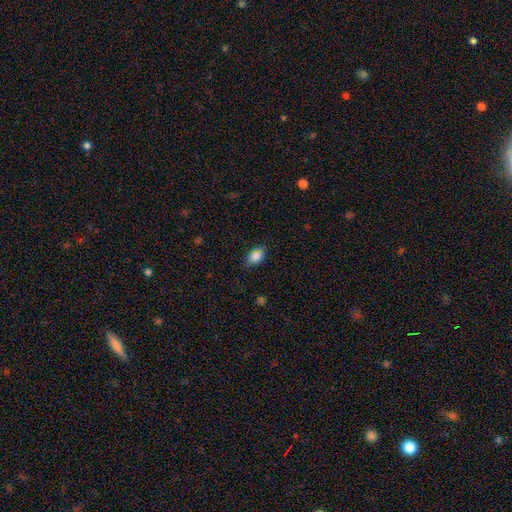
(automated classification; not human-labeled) smooth_or_featured: smooth (p=0.87) [alt: star or artifact p=0.08]
how_rounded: in between (p=0.89) [alt: round p=0.08]
merging: none (p=0.82) [alt: minor disturbance p=0.14]